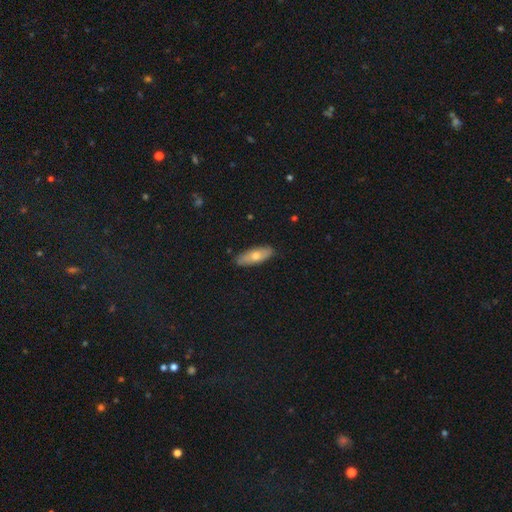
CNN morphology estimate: This appears to be a smooth galaxy with no disk features (60%) that is in between round and cigar-shaped (68%). Merging: none (86%).